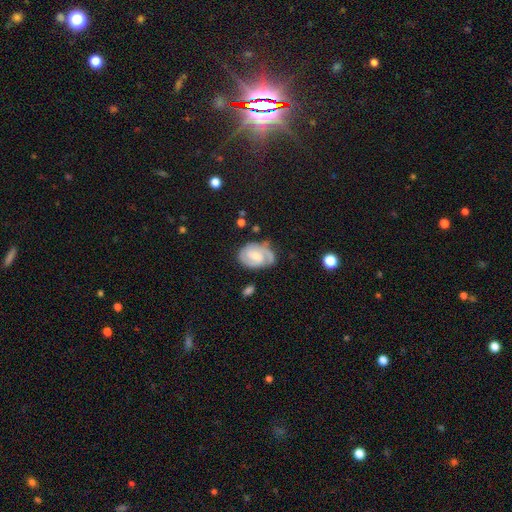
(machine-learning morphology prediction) A featured or disk galaxy (78%) with a weak bar (46%), 2 (67%) tight (53%) spiral arms (95%) and a small central bulge (50%). Merging: none (65%).